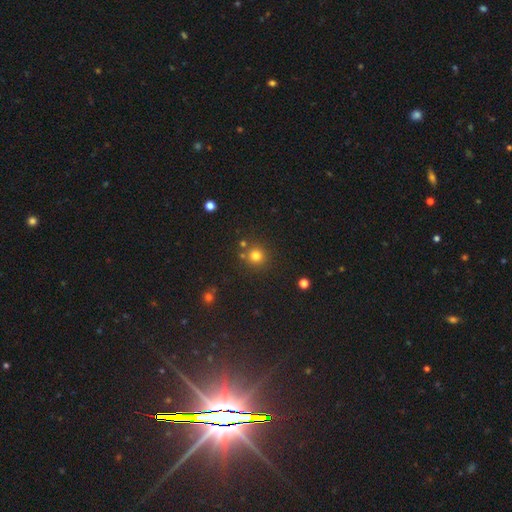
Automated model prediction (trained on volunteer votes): Q: Smooth or featured?
A: smooth (78%); runner-up: star or artifact (16%)
Q: How rounded?
A: round (93%); runner-up: in between (6%)
Q: Merging?
A: none (81%); runner-up: merger (9%)